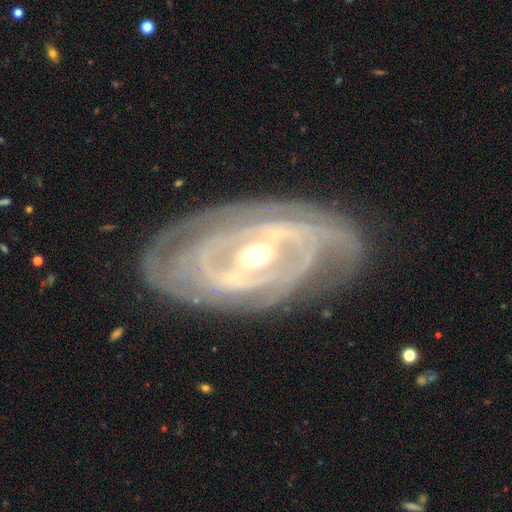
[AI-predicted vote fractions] The model was most divided on "spiral arm count": can't tell: 30%, 2: 28%, 3: 19%, 4: 11%, more than 4: 7%, 1: 6%. Remaining: edge-on disk — no (93%); spiral arms — yes (93%); smooth or featured — featured or disk (90%); merging — none (80%); spiral winding — tight (77%); bulge size — moderate (68%); bar — strong (43%).